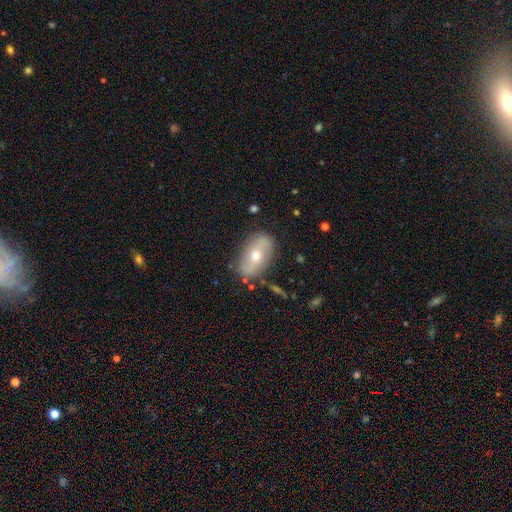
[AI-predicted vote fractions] Overall: featured or disk (54%; smooth 38%). Edge-on disk: no (89%). Merging: none (79%).